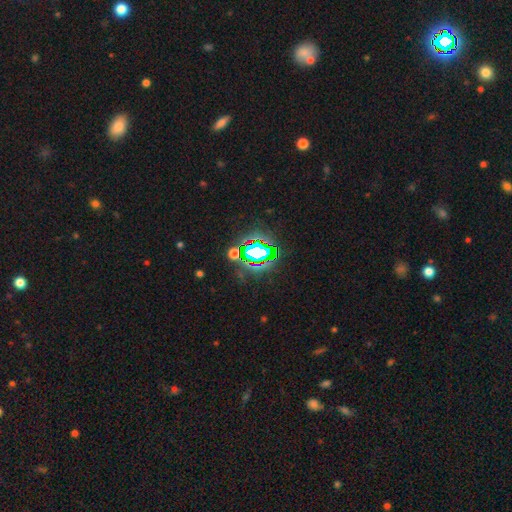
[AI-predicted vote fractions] Q: Smooth or featured?
A: star or artifact (78%); runner-up: smooth (12%)